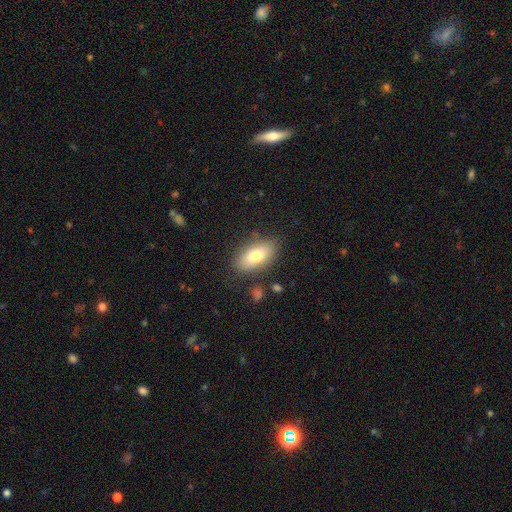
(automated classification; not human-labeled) Smooth or featured? Predicted: smooth (p=0.76). How rounded? Predicted: in between (p=0.88). Merging? Predicted: none (p=0.81).